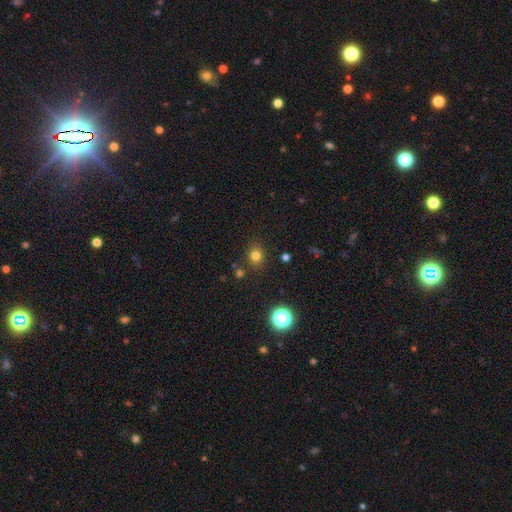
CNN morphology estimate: Overall: smooth (77%). How rounded: round (75%). Merging: none (83%).